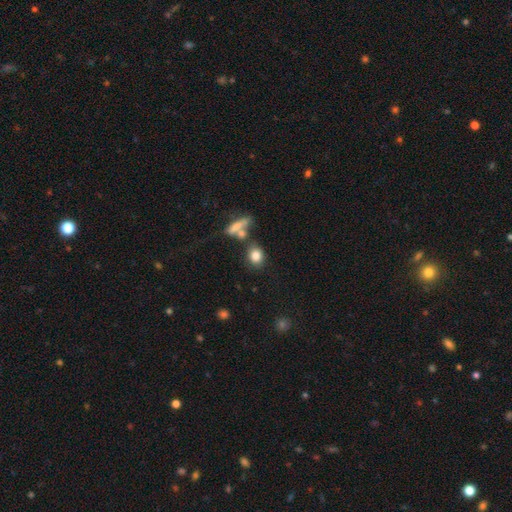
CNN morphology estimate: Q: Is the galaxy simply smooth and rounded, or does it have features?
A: smooth — 82%.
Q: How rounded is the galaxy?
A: round — 49%.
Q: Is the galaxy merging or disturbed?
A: none — 65%.